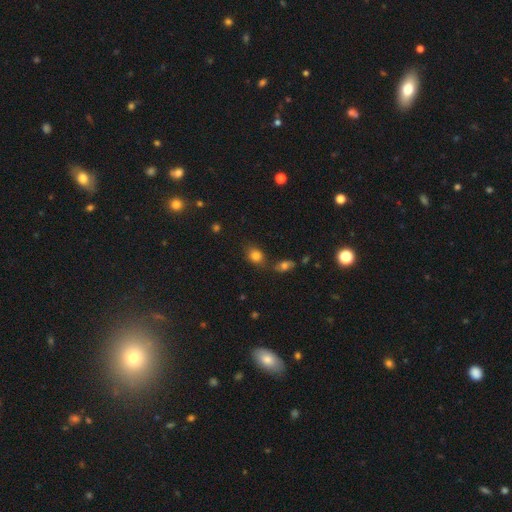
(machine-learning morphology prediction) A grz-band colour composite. It shows a smooth galaxy with no disk features (82%) that is in between round and cigar-shaped (51%). Merging: none (64%).